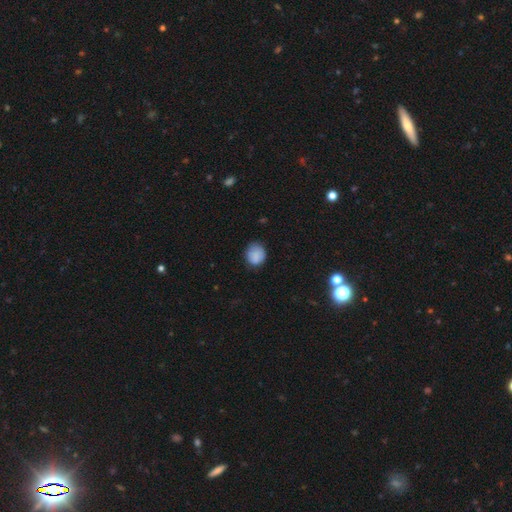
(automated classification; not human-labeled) This is clearly a smooth galaxy (84%). How rounded: likely round (73%). Merging: likely none (71%).